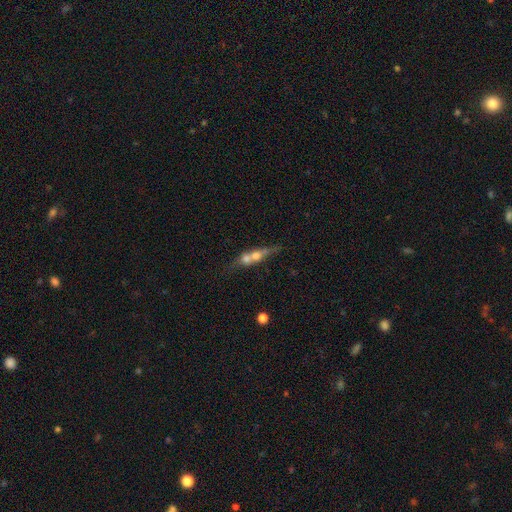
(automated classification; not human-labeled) Q: Smooth or featured?
A: featured or disk (46%); runner-up: smooth (45%)
Q: Merging?
A: merger (57%); runner-up: none (28%)